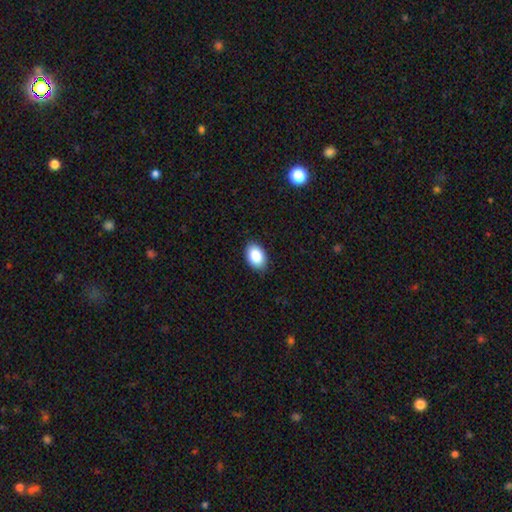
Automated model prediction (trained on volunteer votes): smooth-or-featured: smooth: 88% | star or artifact: 7% | featured or disk: 5%
  how-rounded: in between: 87% | round: 12% | cigar-shaped: 1%
  merging: none: 86% | minor disturbance: 11% | major disturbance: 2% | merger: 1%